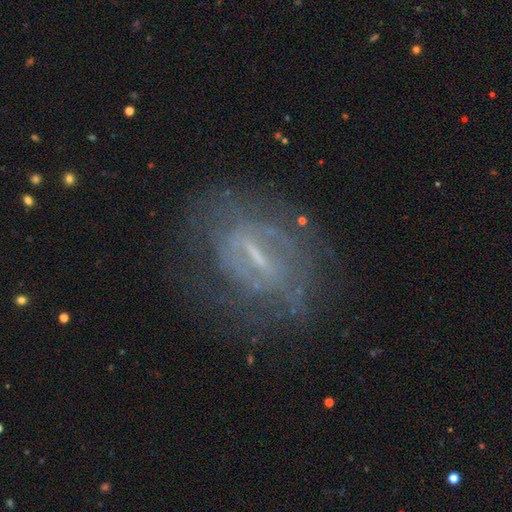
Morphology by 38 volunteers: Overall: featured or disk (84%). Edge-on disk: no (91%). Bar: strong (45%; weak 41%). Spiral arms: yes (76%). Spiral arm count: can't tell (59%). Spiral winding: tight (41%; medium 32%). Bulge size: small (69%). Merging: none (54%; major disturbance 27%).